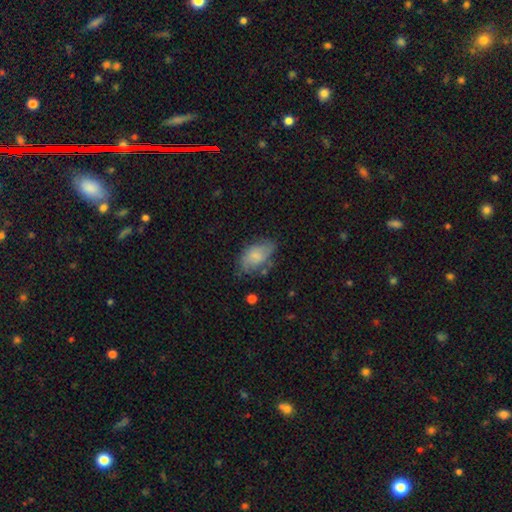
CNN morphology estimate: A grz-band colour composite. It shows a smooth galaxy with no disk features (69%) that is in between round and cigar-shaped (91%). Merging: none (52%).